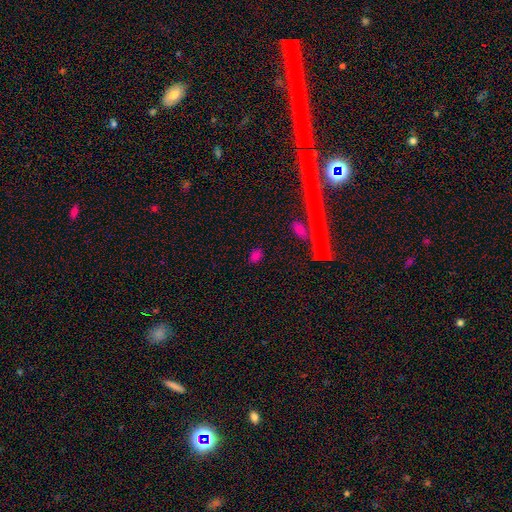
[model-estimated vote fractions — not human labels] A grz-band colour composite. It shows a smooth galaxy with no disk features (70%) that is in between round and cigar-shaped (76%). Merging: none (81%).